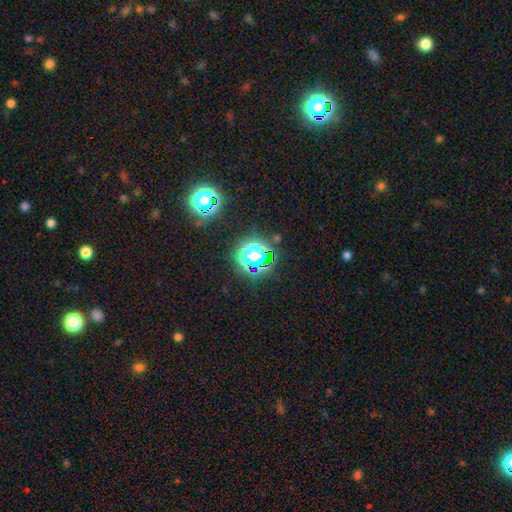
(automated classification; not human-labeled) Q: Smooth or featured?
A: star or artifact (63%); runner-up: smooth (26%)